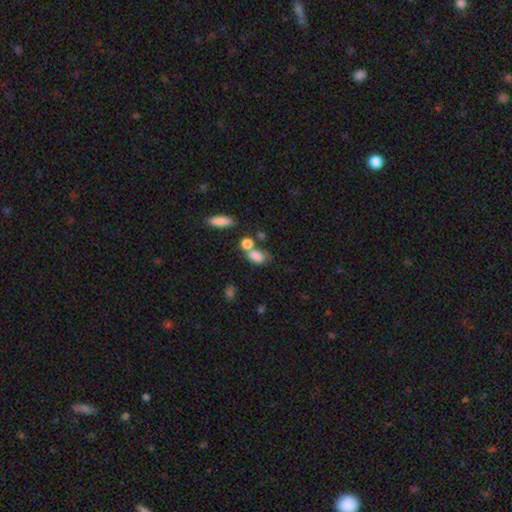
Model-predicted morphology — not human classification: Smooth or featured? Predicted: smooth (p=0.79). How rounded? Predicted: in between (p=0.75). Merging? Predicted: none (p=0.37, tied with merger).